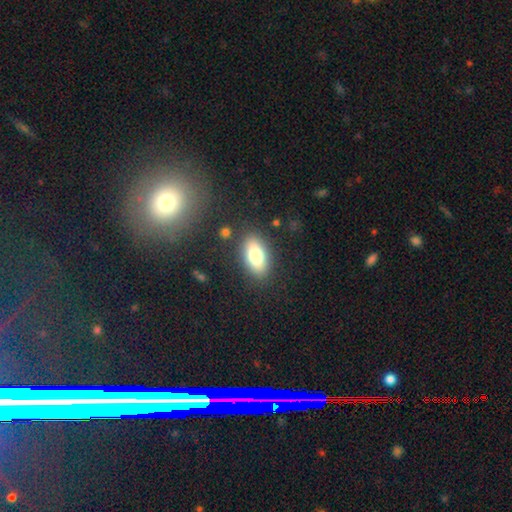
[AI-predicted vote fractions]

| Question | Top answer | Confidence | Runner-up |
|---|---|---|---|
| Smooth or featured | smooth | 73% | featured or disk (19%) |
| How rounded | in between | 86% | cigar-shaped (8%) |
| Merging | none | 85% | minor disturbance (10%) |